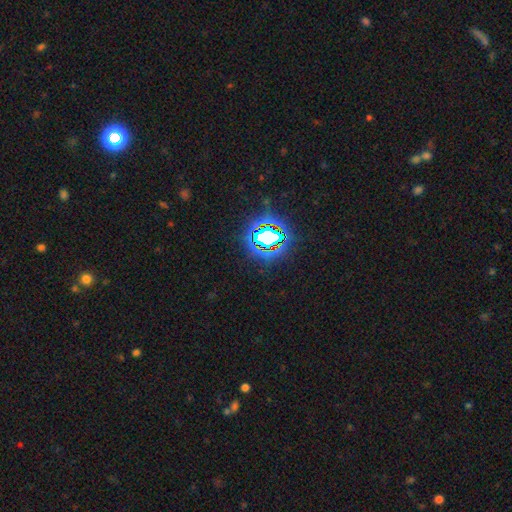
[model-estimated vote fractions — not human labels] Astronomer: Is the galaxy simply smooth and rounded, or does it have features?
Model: star or artifact — 81%.